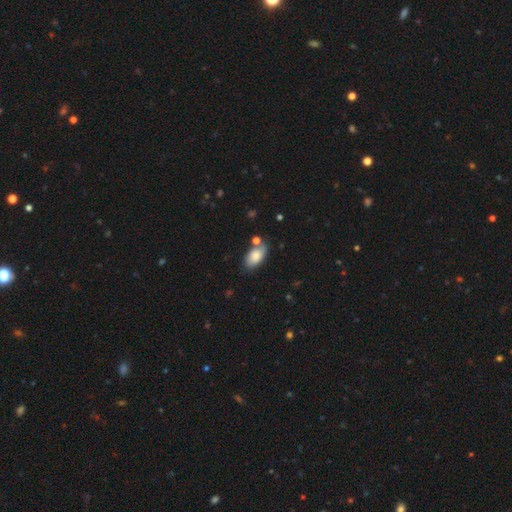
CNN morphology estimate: A smooth galaxy with no disk features (81%) that is in between round and cigar-shaped (93%). Merging: none (68%).